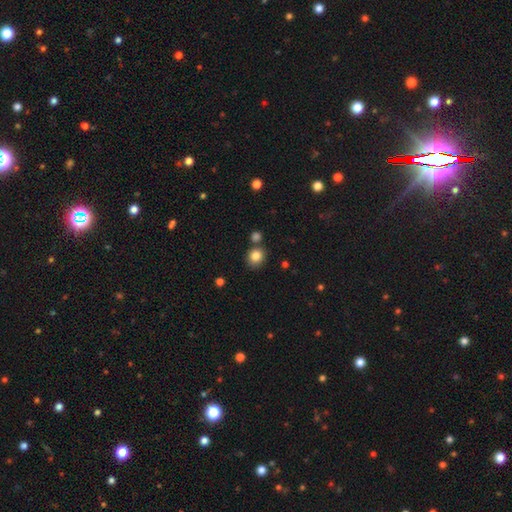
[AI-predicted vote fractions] This appears to be a smooth galaxy with no disk features (84%) that is round (76%). Merging: none (74%).